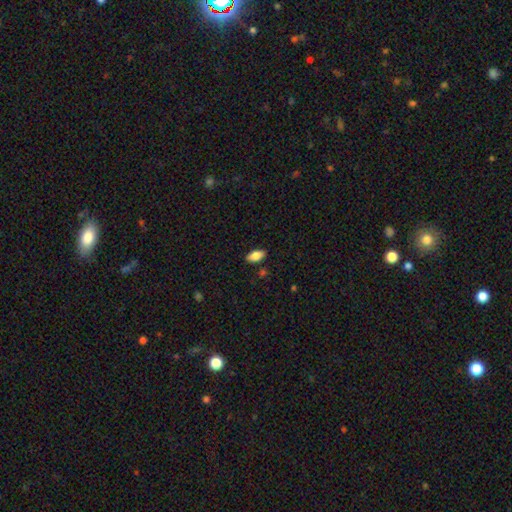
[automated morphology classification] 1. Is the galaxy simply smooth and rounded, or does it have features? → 81% smooth, 12% featured or disk, 7% star or artifact.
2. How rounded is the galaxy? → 89% in between, 8% cigar-shaped, 3% round.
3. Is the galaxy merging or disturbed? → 87% none, 9% minor disturbance, 2% major disturbance, 2% merger.